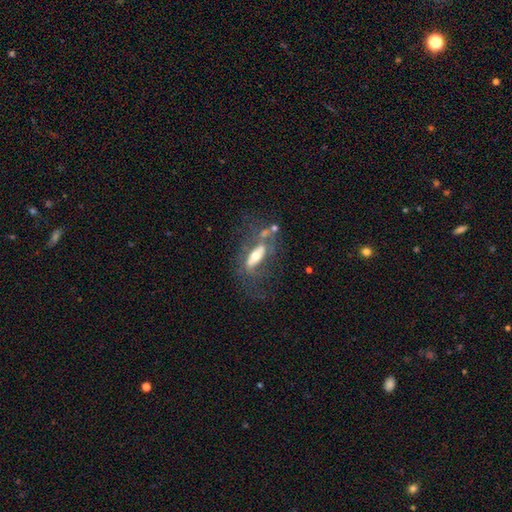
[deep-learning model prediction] Smooth or featured? featured or disk (51%)
Edge-on disk? no (67%)
Merging? none (45%)